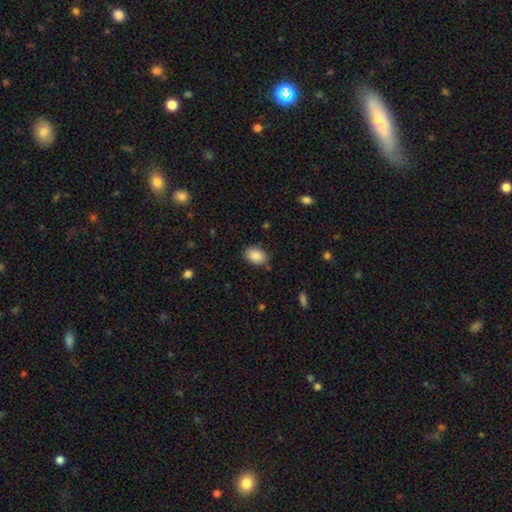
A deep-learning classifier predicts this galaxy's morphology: Q: Smooth or featured?
A: smooth (88%); runner-up: star or artifact (8%)
Q: How rounded?
A: in between (77%); runner-up: round (22%)
Q: Merging?
A: none (82%); runner-up: minor disturbance (13%)